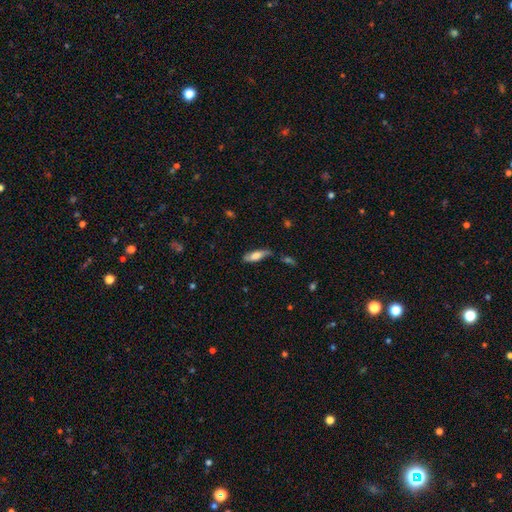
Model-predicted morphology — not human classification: Q: Smooth or featured?
A: smooth (65%); runner-up: featured or disk (28%)
Q: How rounded?
A: in between (58%); runner-up: cigar-shaped (40%)
Q: Merging?
A: none (56%); runner-up: minor disturbance (29%)